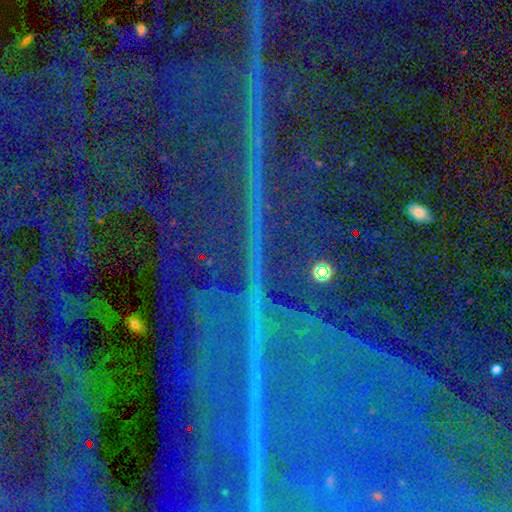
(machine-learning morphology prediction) smooth_or_featured: star or artifact (p=0.87) [alt: featured or disk p=0.07]